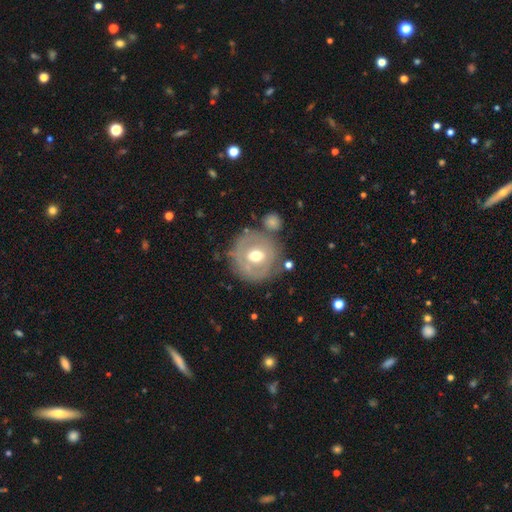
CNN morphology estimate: type=featured or disk (50%); edge-on=no (94%); merging=none (69%).